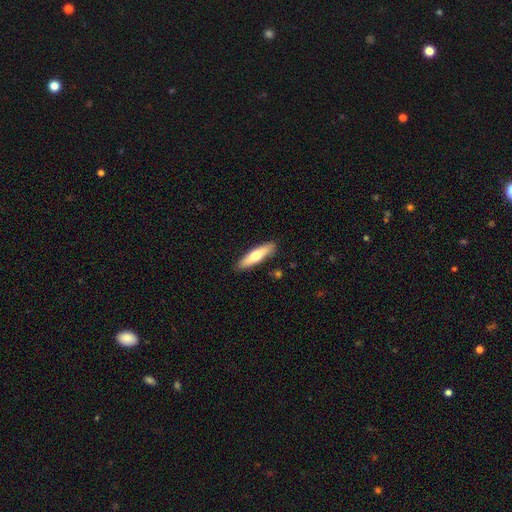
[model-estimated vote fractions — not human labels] The model was most divided on "smooth or featured": smooth: 64%, featured or disk: 30%, star or artifact: 5%. More confident: merging — none (88%); how rounded — cigar-shaped (68%).